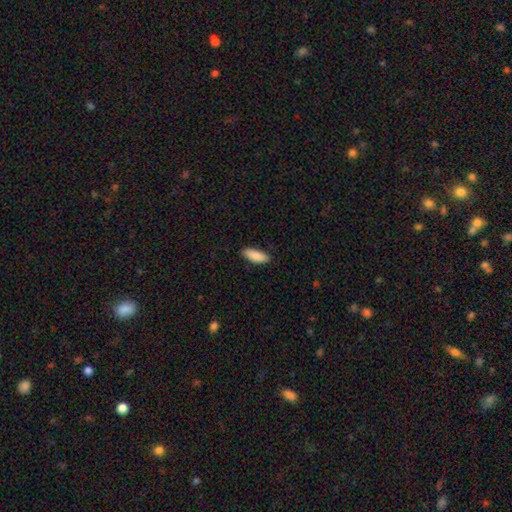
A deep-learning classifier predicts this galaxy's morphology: The model was most divided on "how rounded": in between: 70%, cigar-shaped: 28%, round: 2%. More confident: smooth or featured — smooth (89%); merging — none (87%).